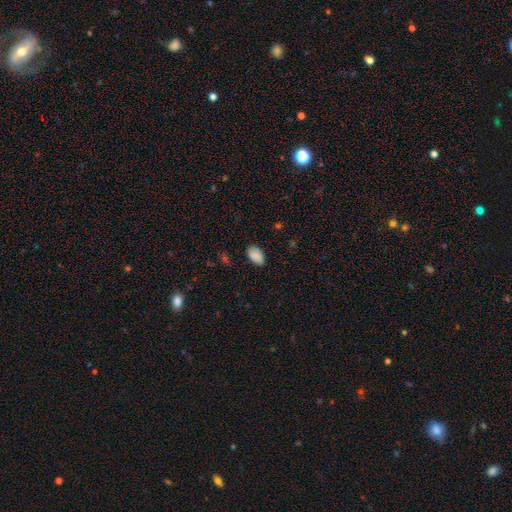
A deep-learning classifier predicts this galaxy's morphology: A smooth galaxy with no disk features (88%) that is in between round and cigar-shaped (94%).

Vote fractions:
- Smooth or featured? smooth: 88% / star or artifact: 8% / featured or disk: 4%
- How rounded? in between: 94% / round: 5% / cigar-shaped: 1%
- Merging? none: 83% / minor disturbance: 13% / major disturbance: 3% / merger: 1%